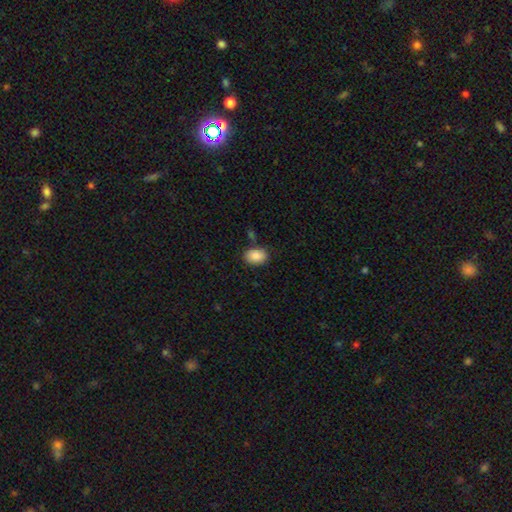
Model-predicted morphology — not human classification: Overall: smooth (88%). How rounded: in between (83%). Merging: none (79%).